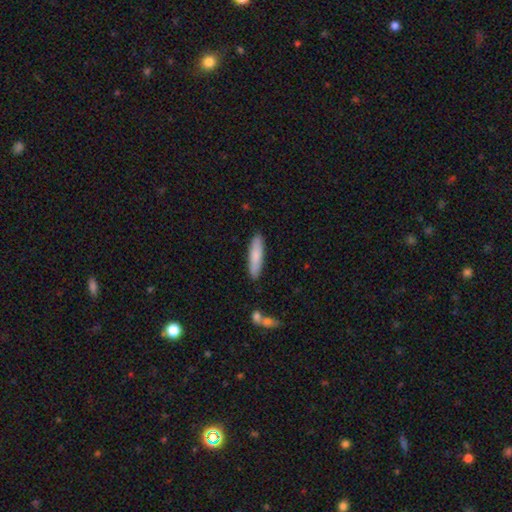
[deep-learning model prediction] A smooth galaxy with no disk features (79%) that is cigar-shaped (80%). Merging: none (89%).